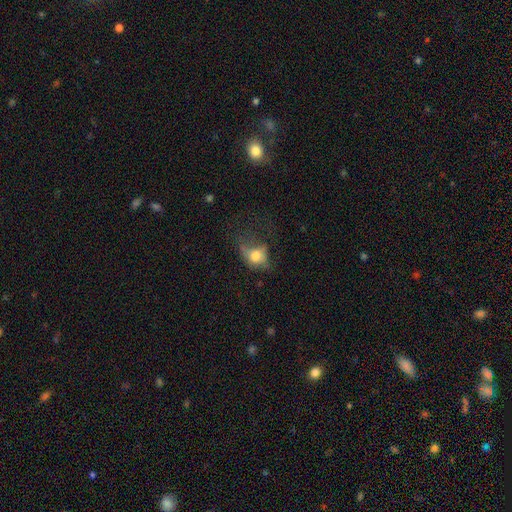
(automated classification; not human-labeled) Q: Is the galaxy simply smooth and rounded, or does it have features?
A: smooth — 65%.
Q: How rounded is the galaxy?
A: in between — 59%.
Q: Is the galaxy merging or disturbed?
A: major disturbance — 42%.